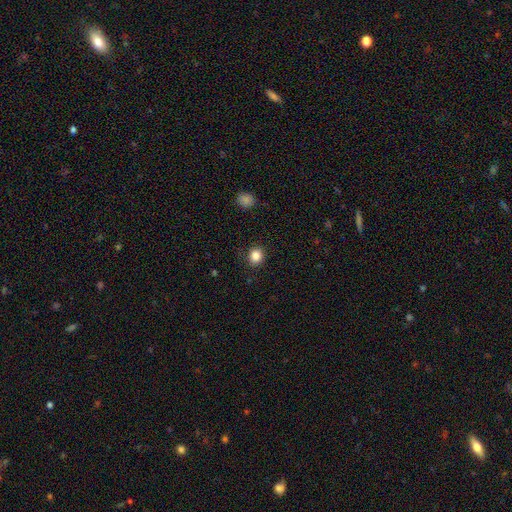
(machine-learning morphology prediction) Smooth or featured?
  - smooth: 86% *
  - star or artifact: 11%
  - featured or disk: 3%
How rounded?
  - round: 79% *
  - in between: 20%
  - cigar-shaped: 1%
Merging?
  - none: 88% *
  - minor disturbance: 8%
  - major disturbance: 3%
  - merger: 1%